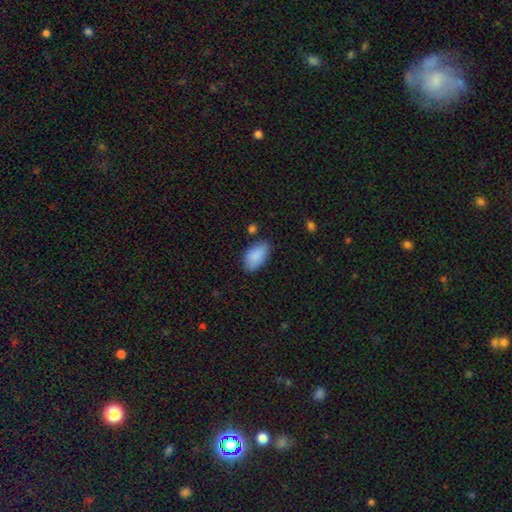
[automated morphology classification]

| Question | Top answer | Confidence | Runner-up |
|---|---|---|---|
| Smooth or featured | smooth | 89% | star or artifact (7%) |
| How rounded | in between | 94% | round (3%) |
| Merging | none | 77% | minor disturbance (17%) |